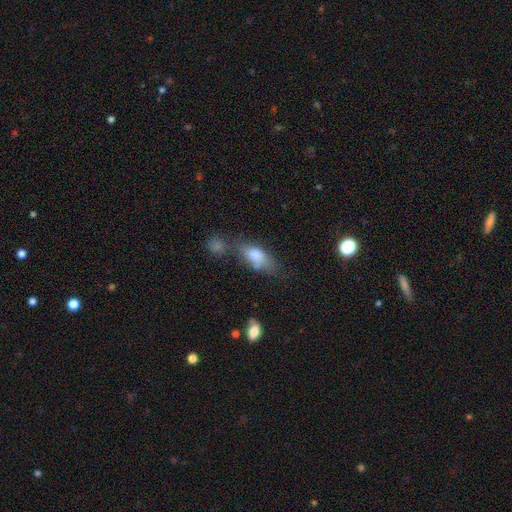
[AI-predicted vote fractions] smooth_or_featured: smooth (p=0.77) [alt: featured or disk p=0.14]
how_rounded: in between (p=0.83) [alt: cigar-shaped p=0.12]
merging: none (p=0.37) [alt: merger p=0.25]